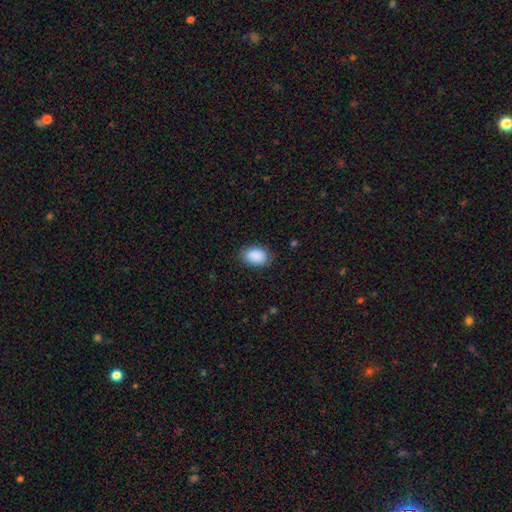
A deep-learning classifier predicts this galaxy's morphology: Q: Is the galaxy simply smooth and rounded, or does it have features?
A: smooth — 90%.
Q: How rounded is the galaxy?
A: in between — 85%.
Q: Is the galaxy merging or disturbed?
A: none — 82%.